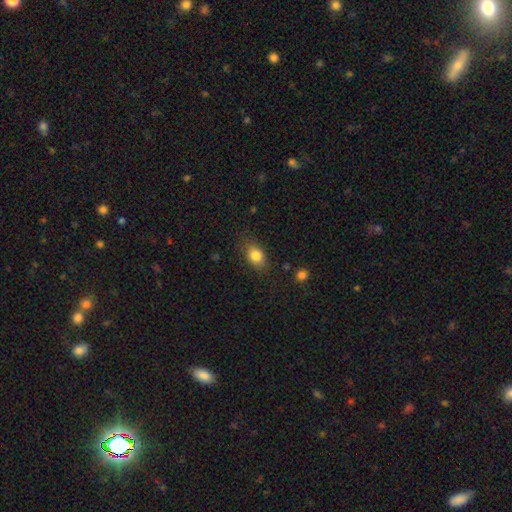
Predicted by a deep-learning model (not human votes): smooth_or_featured: smooth (p=0.83) [alt: star or artifact p=0.09]
how_rounded: in between (p=0.72) [alt: round p=0.26]
merging: none (p=0.78) [alt: minor disturbance p=0.16]